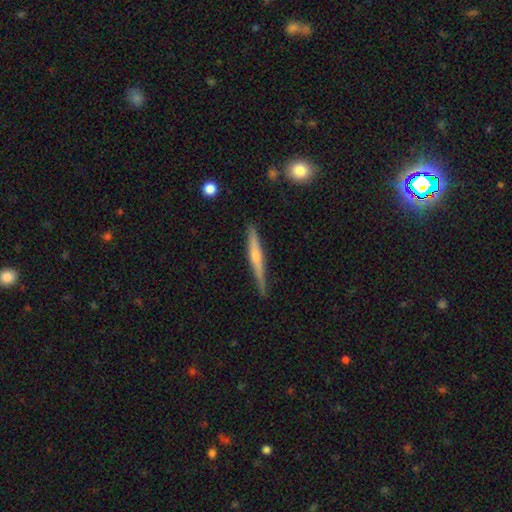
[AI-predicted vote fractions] Smooth or featured? Predicted: featured or disk (p=0.70). Edge-on disk? Predicted: yes (p=0.97). Edge-on bulge? Predicted: rounded (p=0.77). Merging? Predicted: none (p=0.89).